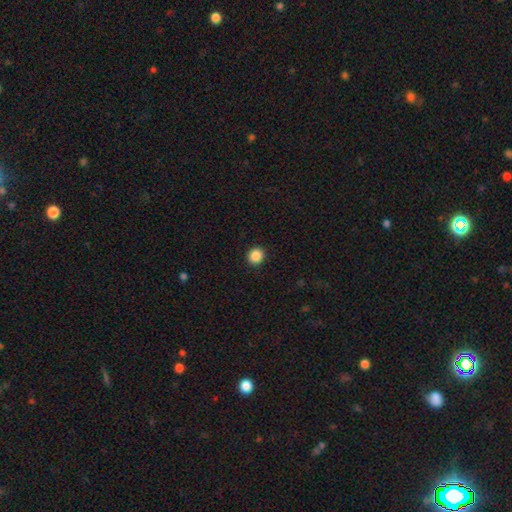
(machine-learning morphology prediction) Smooth or featured? Predicted: smooth (p=0.88). How rounded? Predicted: round (p=0.82). Merging? Predicted: none (p=0.92).